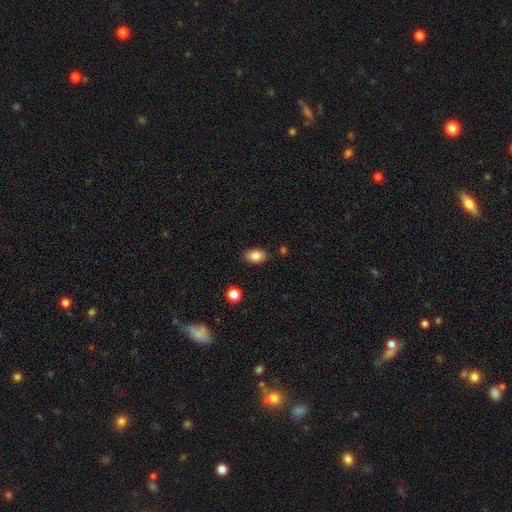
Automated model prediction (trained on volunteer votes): Smooth or featured: smooth — 84% (star or artifact — 9%)
How rounded: in between — 87% (round — 12%)
Merging: none — 85% (minor disturbance — 11%)